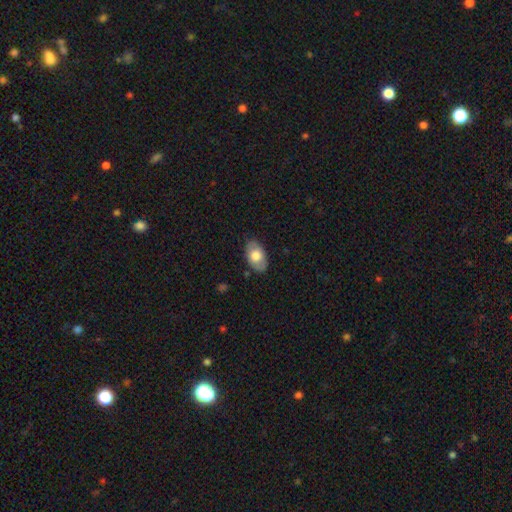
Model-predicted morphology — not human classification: This is likely a smooth galaxy (68%). How rounded: clearly in between (91%). Merging: clearly none (80%).